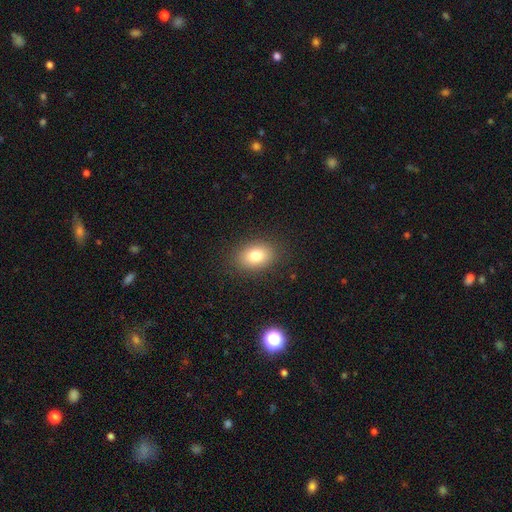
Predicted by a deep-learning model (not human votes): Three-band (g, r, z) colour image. It shows a smooth galaxy with no disk features (80%) that is in between round and cigar-shaped (76%). Merging: none (87%).